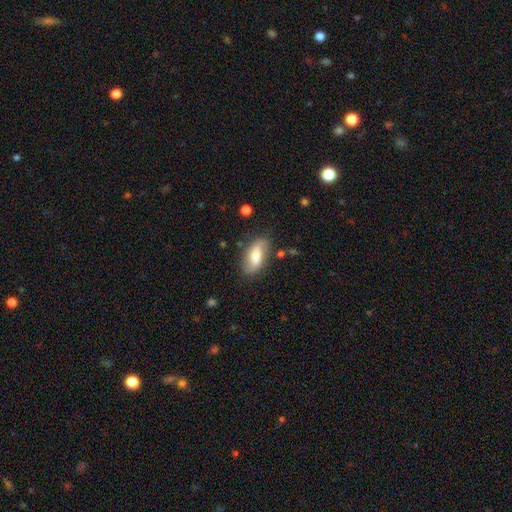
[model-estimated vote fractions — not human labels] Smooth or featured: smooth — 48% (featured or disk — 44%)
Merging: none — 77% (minor disturbance — 16%)